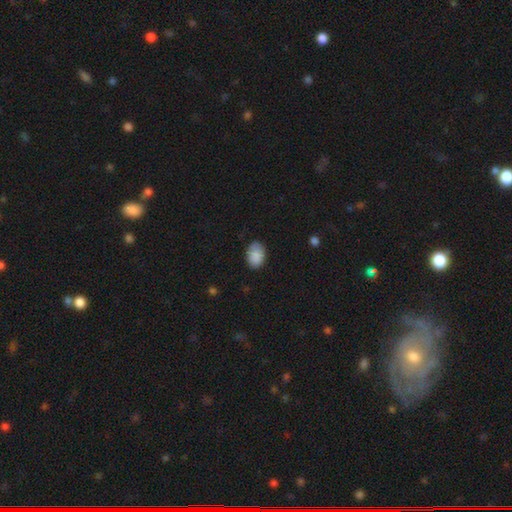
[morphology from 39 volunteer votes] This is clearly a smooth galaxy (90%). How rounded: clearly in between (94%). Merging: likely none (73%).